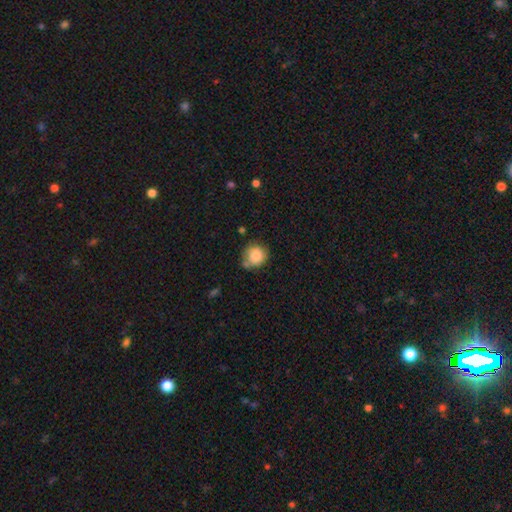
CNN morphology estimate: A smooth galaxy with no disk features (86%) that is round (88%). Merging: none (62%).